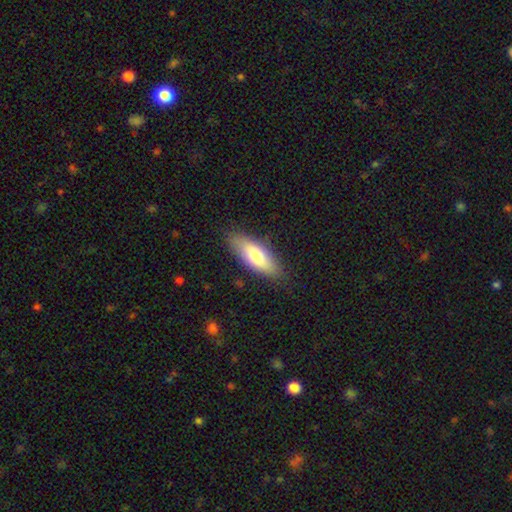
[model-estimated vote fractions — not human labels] Overall: smooth (74%). How rounded: in between (68%; cigar-shaped 30%). Merging: none (84%).